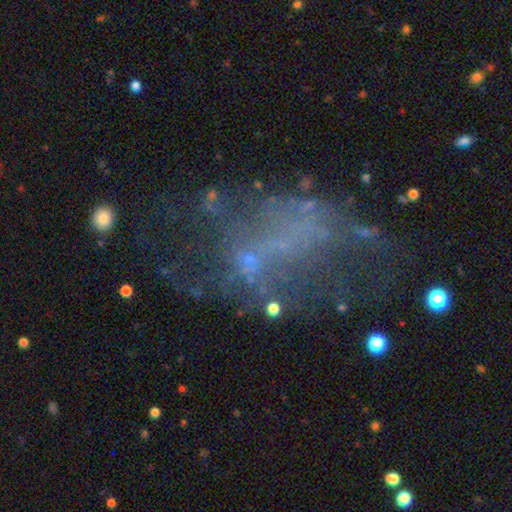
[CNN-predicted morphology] smooth-or-featured: featured or disk: 53% | star or artifact: 27% | smooth: 20%
  disk-edge-on: no: 96% | yes: 4%
    bar: no: 81% | weak: 13% | strong: 6%
    has-spiral-arms: no: 85% | yes: 15%
    bulge-size: none: 73% | small: 20% | moderate: 4% | large: 1% | dominant: 1%
  merging: none: 40% | major disturbance: 36% | minor disturbance: 17% | merger: 8%